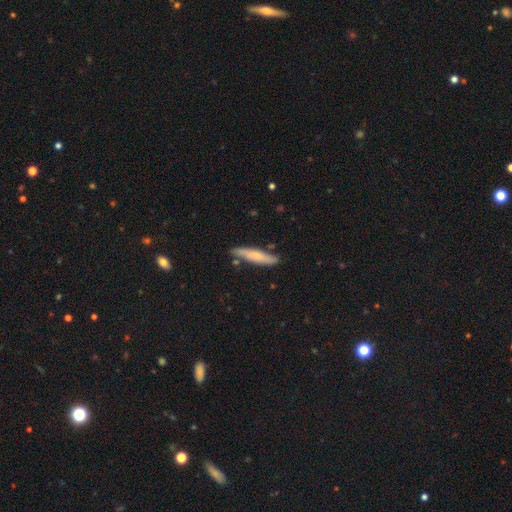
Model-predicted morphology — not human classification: type=smooth (63%); roundness=cigar-shaped (86%); merging=none (78%).